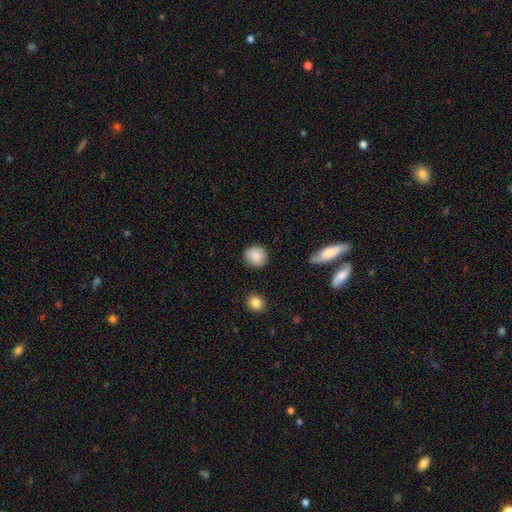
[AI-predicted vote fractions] Morphology: type=smooth (87%); roundness=round (84%); merging=none (83%).